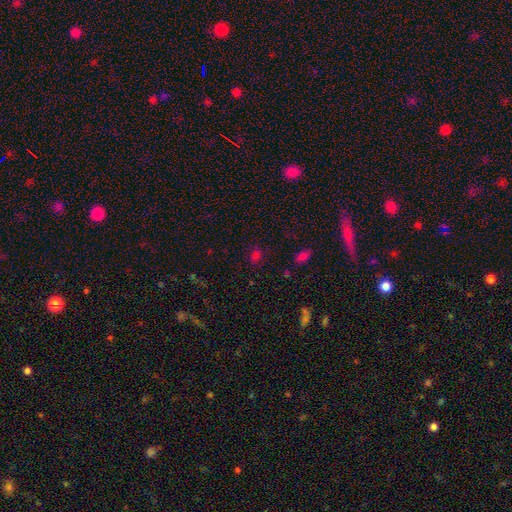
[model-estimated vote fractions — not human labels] smooth-or-featured: smooth: 64% | star or artifact: 29% | featured or disk: 6%
  how-rounded: in between: 73% | round: 24% | cigar-shaped: 2%
  merging: none: 74% | minor disturbance: 16% | major disturbance: 6% | merger: 4%